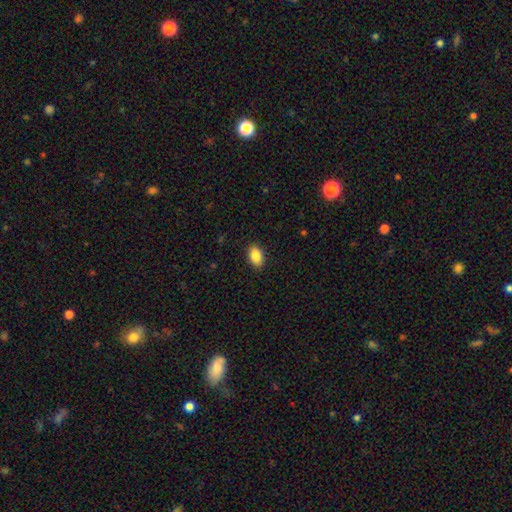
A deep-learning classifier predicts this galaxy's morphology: A smooth galaxy with no disk features (87%) that is in between round and cigar-shaped (90%).

Vote fractions:
- Smooth or featured? smooth: 87% / star or artifact: 8% / featured or disk: 5%
- How rounded? in between: 90% / round: 9% / cigar-shaped: 2%
- Merging? none: 89% / minor disturbance: 8% / major disturbance: 2% / merger: 1%